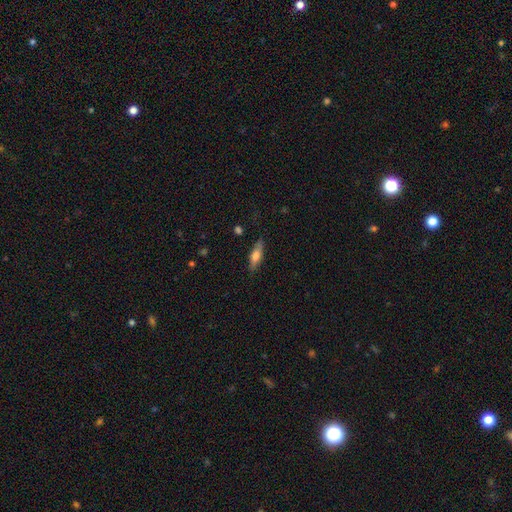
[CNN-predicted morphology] A smooth galaxy with no disk features (60%) that is cigar-shaped (52%). Merging: none (83%).